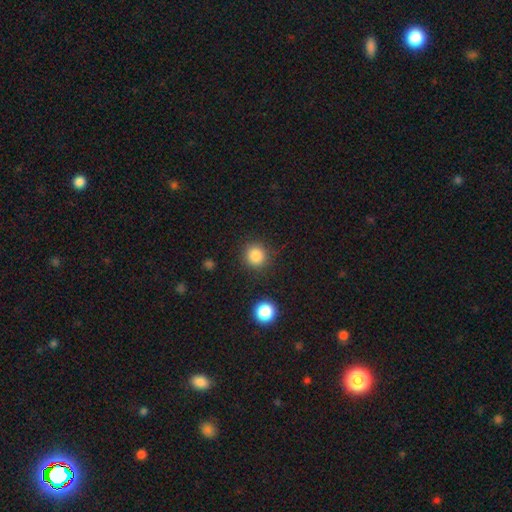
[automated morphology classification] smooth-or-featured: smooth: 85% | star or artifact: 11% | featured or disk: 4%
  how-rounded: round: 92% | in between: 8% | cigar-shaped: 1%
  merging: none: 87% | minor disturbance: 7% | major disturbance: 3% | merger: 3%